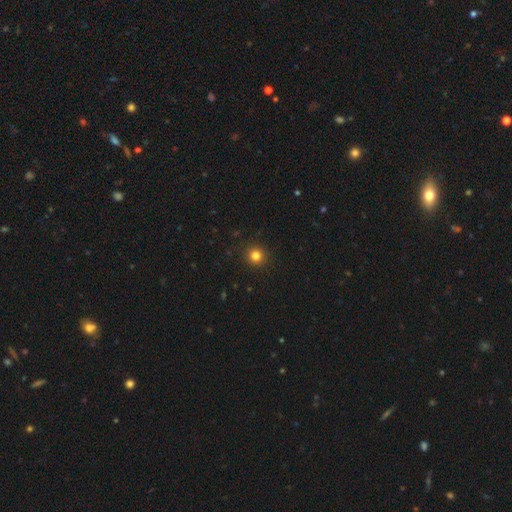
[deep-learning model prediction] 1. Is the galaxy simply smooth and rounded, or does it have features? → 82% smooth, 14% star or artifact, 5% featured or disk.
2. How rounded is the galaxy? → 94% round, 5% in between, 1% cigar-shaped.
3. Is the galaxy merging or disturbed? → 93% none, 5% minor disturbance, 2% major disturbance, 1% merger.